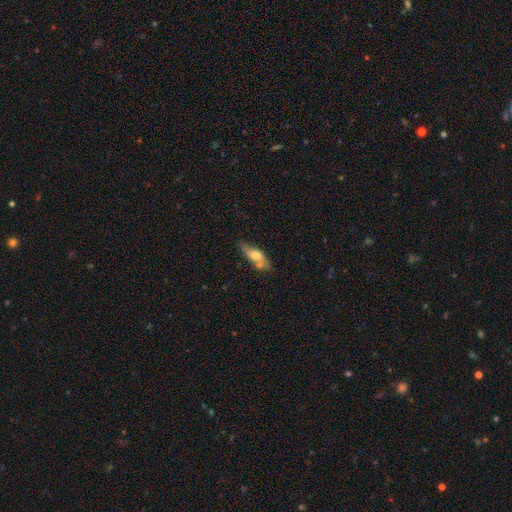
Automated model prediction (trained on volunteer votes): smooth 52%, featured or disk 41%, star or artifact 7%. Down the decision tree: how rounded — in between (58%); merging — none (57%).